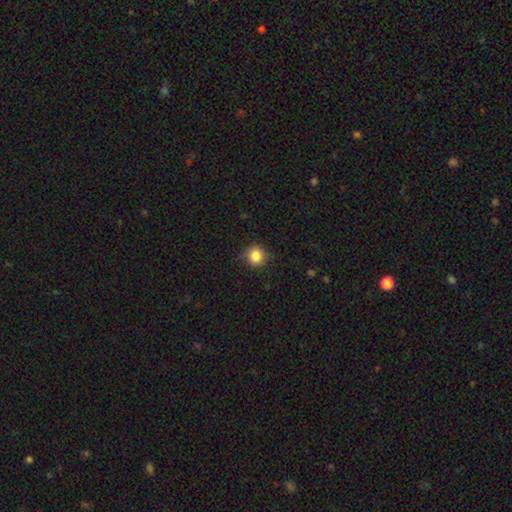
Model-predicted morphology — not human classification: smooth_or_featured: smooth (p=0.85) [alt: star or artifact p=0.11]
how_rounded: round (p=0.92) [alt: in between p=0.07]
merging: none (p=0.84) [alt: minor disturbance p=0.12]